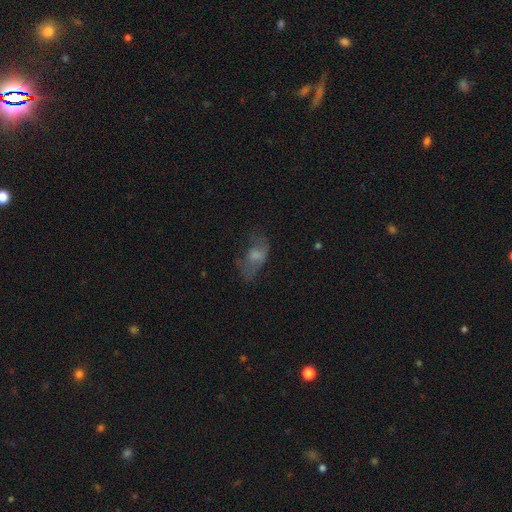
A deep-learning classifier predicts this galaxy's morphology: This is possibly a smooth galaxy (52%). How rounded: clearly in between (87%). Merging: marginally none (38%).